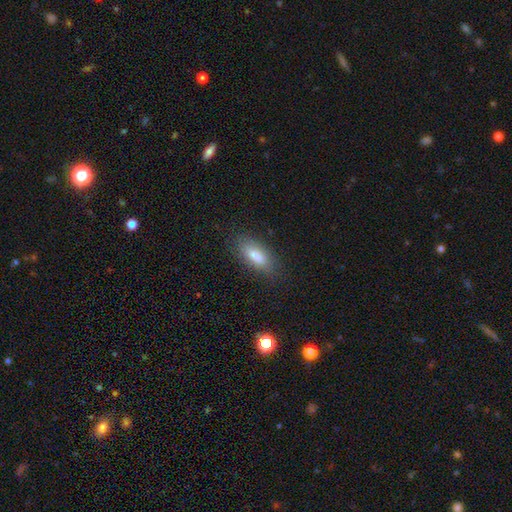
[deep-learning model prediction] smooth-or-featured: smooth: 79% | featured or disk: 13% | star or artifact: 8%
  how-rounded: in between: 71% | cigar-shaped: 26% | round: 2%
  merging: none: 81% | minor disturbance: 14% | major disturbance: 4% | merger: 1%